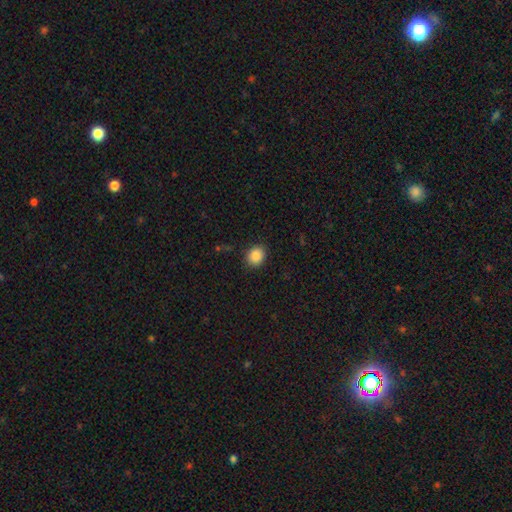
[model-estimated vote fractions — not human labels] A smooth galaxy with no disk features (88%) that is round (70%). Merging: none (88%).